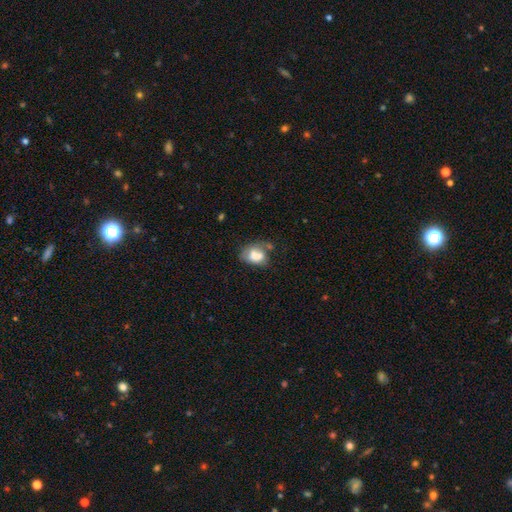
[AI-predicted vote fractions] Smooth or featured? smooth (69%)
How rounded? in between (72%)
Merging? none (32%)